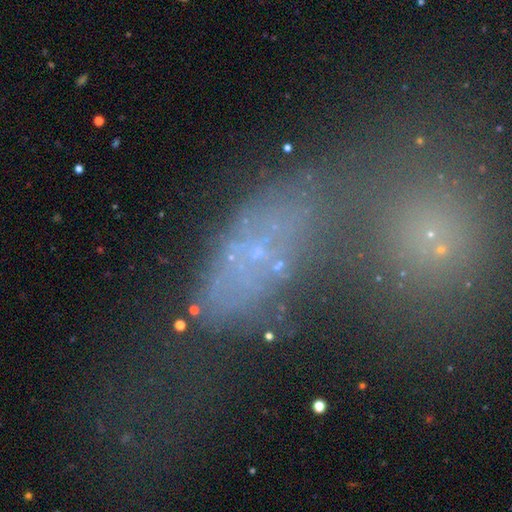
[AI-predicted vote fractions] Smooth or featured? Predicted: smooth (p=0.43). Merging? Predicted: merger (p=0.48).